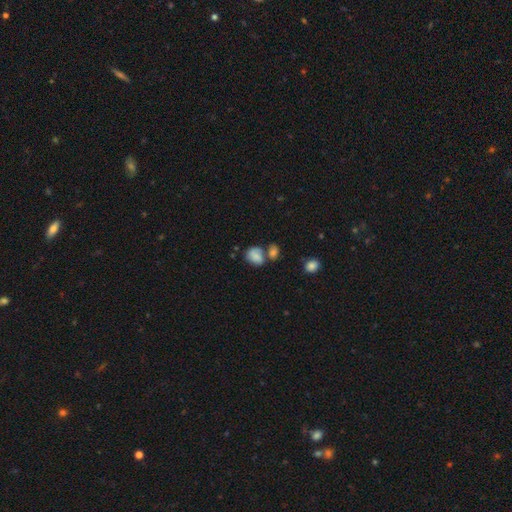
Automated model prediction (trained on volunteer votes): Smooth or featured?
  - smooth: 75% *
  - featured or disk: 15%
  - star or artifact: 10%
How rounded?
  - in between: 61% *
  - round: 38%
  - cigar-shaped: 1%
Merging?
  - merger: 42% *
  - none: 33%
  - minor disturbance: 17%
  - major disturbance: 8%